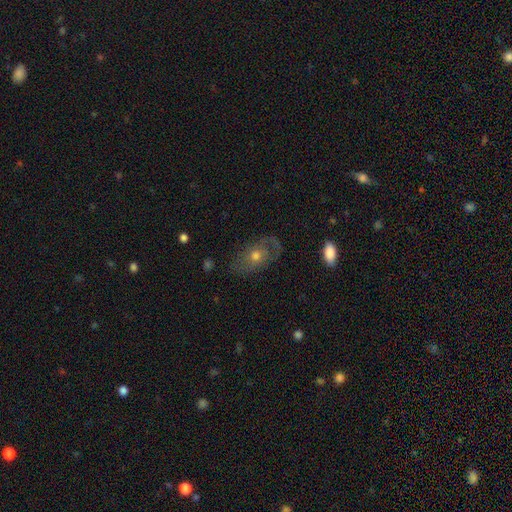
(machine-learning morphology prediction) This appears to be a featured or disk galaxy (61%) with no bar (83%), spiral arms (71%) and a moderate central bulge (59%). Merging: none (66%).